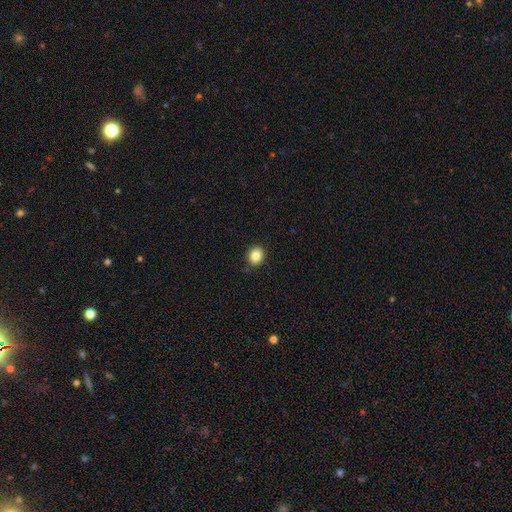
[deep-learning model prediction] Smooth or featured? Predicted: smooth (p=0.84). How rounded? Predicted: round (p=0.75). Merging? Predicted: none (p=0.88).